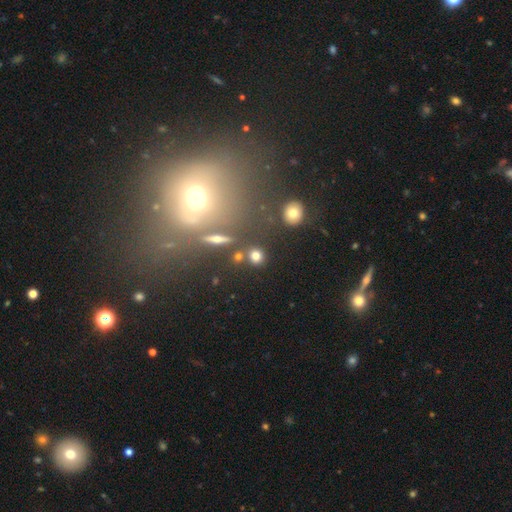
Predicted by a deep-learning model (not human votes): smooth 75%, star or artifact 15%, featured or disk 10%. Down the decision tree: how rounded — round (84%); merging — none (80%).